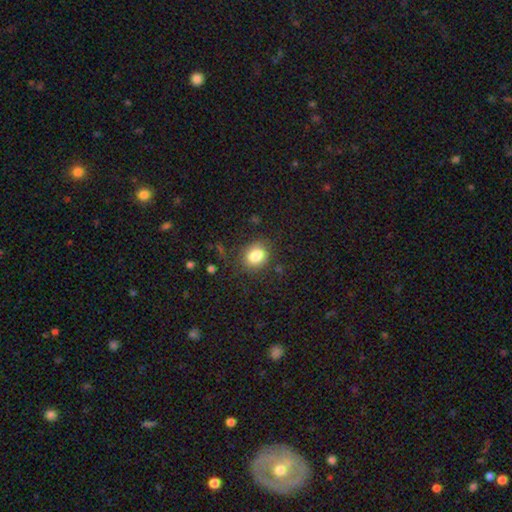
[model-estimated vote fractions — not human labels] Q: Smooth or featured?
A: smooth (84%); runner-up: star or artifact (10%)
Q: How rounded?
A: round (54%); runner-up: in between (45%)
Q: Merging?
A: none (73%); runner-up: minor disturbance (17%)